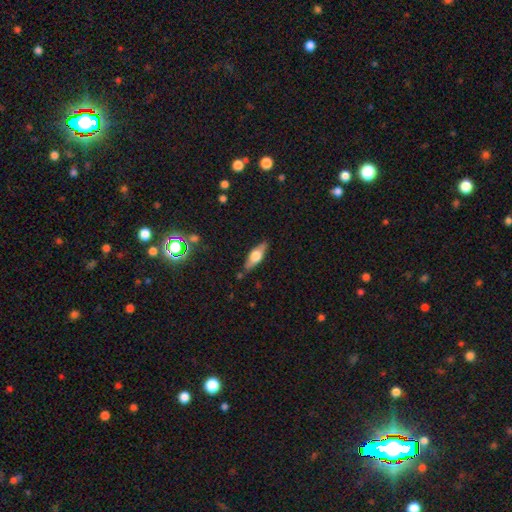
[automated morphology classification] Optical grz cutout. It shows a featured or disk galaxy (48%). Merging: none (83%).